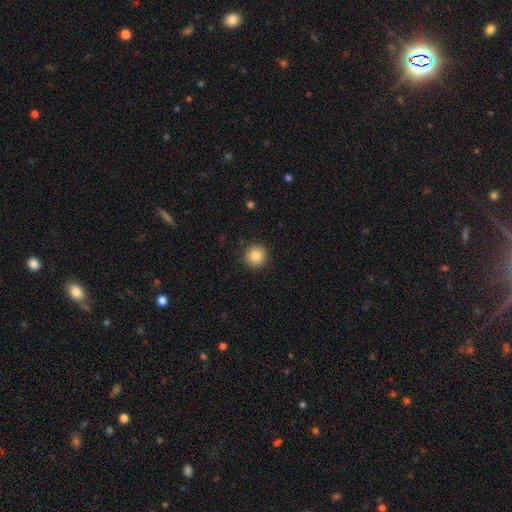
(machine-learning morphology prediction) smooth-or-featured: smooth: 85% | star or artifact: 9% | featured or disk: 6%
  how-rounded: round: 95% | in between: 4% | cigar-shaped: 1%
  merging: none: 91% | minor disturbance: 6% | major disturbance: 2% | merger: 1%